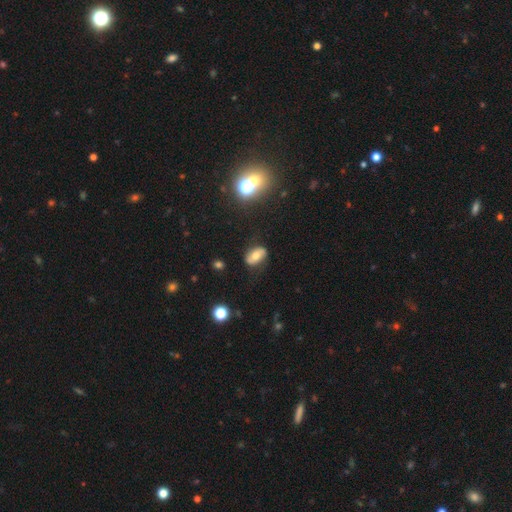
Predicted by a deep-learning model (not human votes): The model was most divided on "smooth or featured": smooth: 51%, featured or disk: 38%, star or artifact: 12%. More confident: how rounded — in between (87%); merging — none (77%).